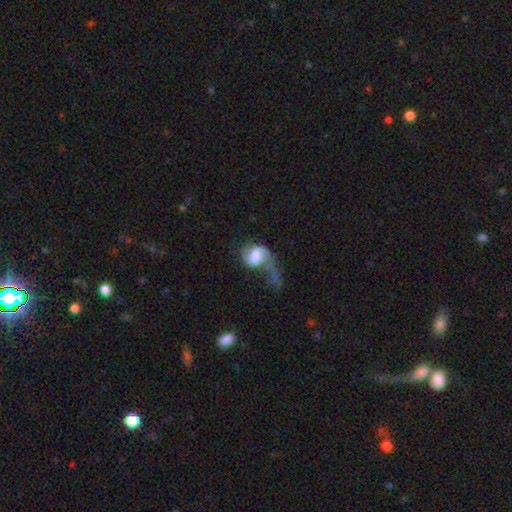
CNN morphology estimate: smooth-or-featured: featured or disk: 57% | smooth: 36% | star or artifact: 7%
  disk-edge-on: no: 97% | yes: 3%
    bar: no: 51% | weak: 37% | strong: 13%
    has-spiral-arms: yes: 83% | no: 17%
    bulge-size: large: 36% | moderate: 23% | none: 16% | small: 13% | dominant: 12%
  merging: major disturbance: 59% | none: 19% | minor disturbance: 16% | merger: 6%